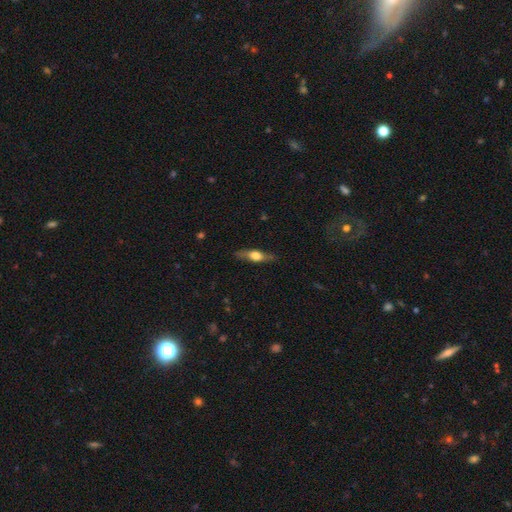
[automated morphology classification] smooth_or_featured: featured or disk (p=0.52) [alt: smooth p=0.42]
disk_edge_on: yes (p=0.89) [alt: no p=0.11]
merging: none (p=0.82) [alt: minor disturbance p=0.14]